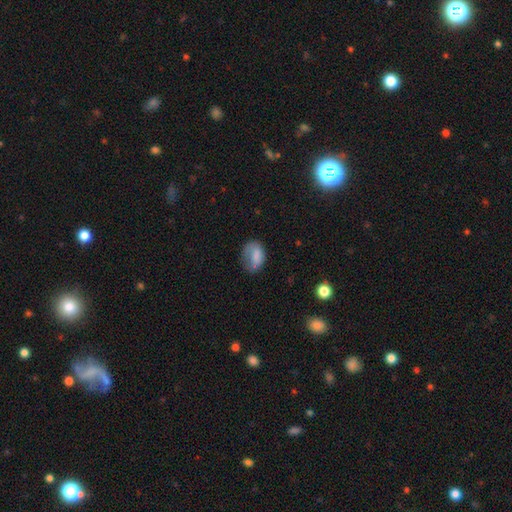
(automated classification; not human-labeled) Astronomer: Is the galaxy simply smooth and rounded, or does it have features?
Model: smooth — 74%.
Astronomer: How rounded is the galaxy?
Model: in between — 74%.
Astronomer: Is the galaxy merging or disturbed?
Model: none — 44% (runner-up: minor disturbance, 31%).